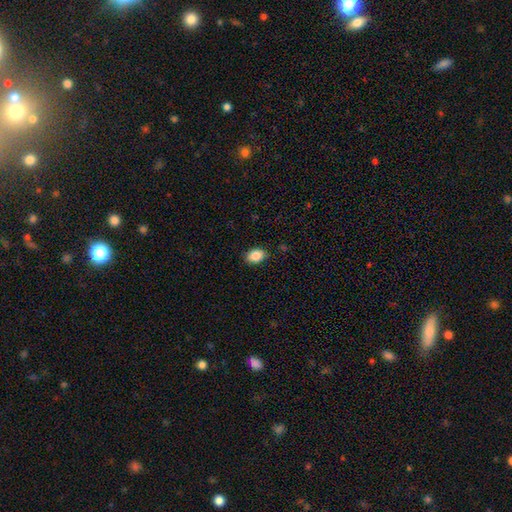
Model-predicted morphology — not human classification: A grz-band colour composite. It shows a smooth galaxy with no disk features (87%) that is in between round and cigar-shaped (78%). Merging: none (86%).